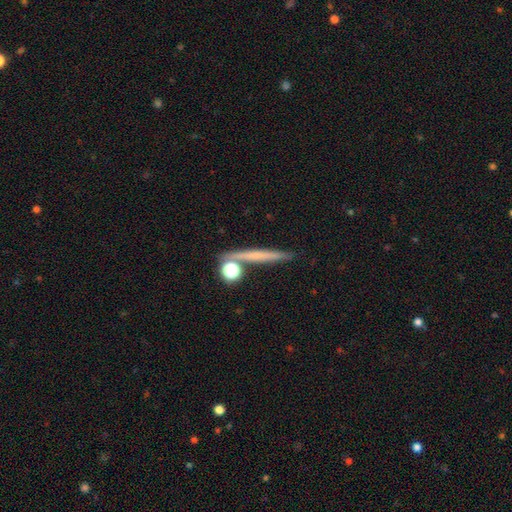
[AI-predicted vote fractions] smooth_or_featured: smooth (p=0.52) [alt: featured or disk p=0.36]
how_rounded: cigar-shaped (p=0.82) [alt: round p=0.12]
merging: none (p=0.78) [alt: merger p=0.10]